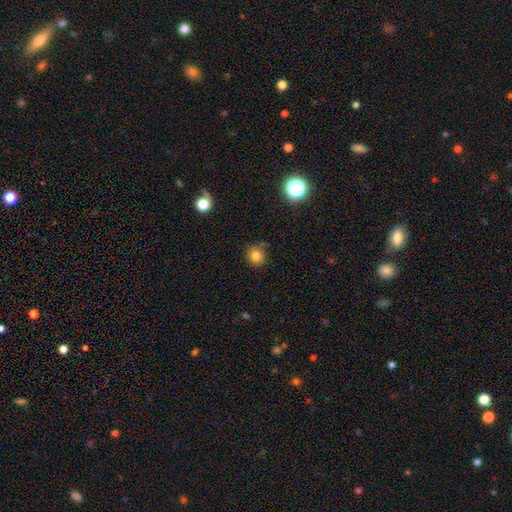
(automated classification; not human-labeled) A smooth galaxy with no disk features (80%) that is round (87%).

Vote fractions:
- Smooth or featured? smooth: 80% / star or artifact: 13% / featured or disk: 7%
- How rounded? round: 87% / in between: 12% / cigar-shaped: 1%
- Merging? none: 80% / minor disturbance: 13% / merger: 4% / major disturbance: 3%